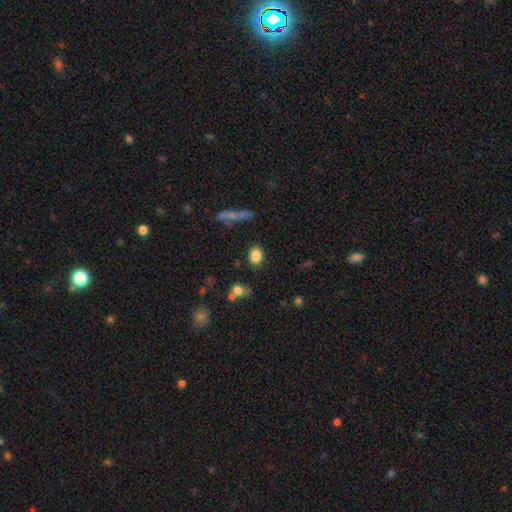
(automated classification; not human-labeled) This is clearly a smooth galaxy (84%). How rounded: possibly in between (55%). Merging: clearly none (85%).